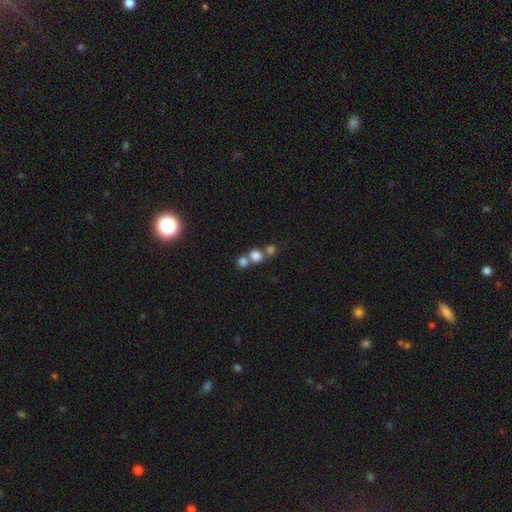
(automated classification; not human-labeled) smooth_or_featured: smooth (p=0.77) [alt: star or artifact p=0.14]
how_rounded: round (p=0.80) [alt: in between p=0.19]
merging: merger (p=0.46) [alt: none p=0.44]